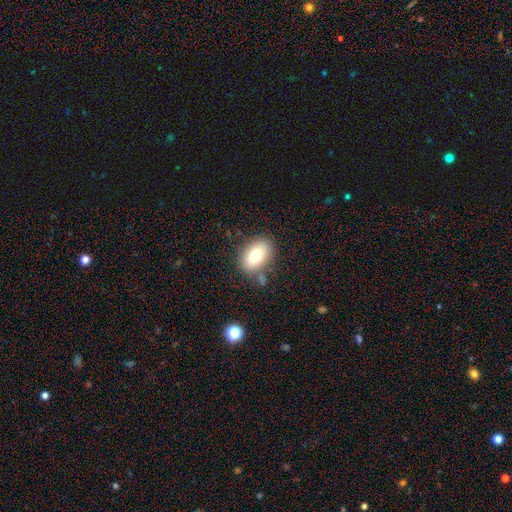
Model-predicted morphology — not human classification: This is likely a smooth galaxy (79%). How rounded: clearly in between (85%). Merging: likely none (74%).